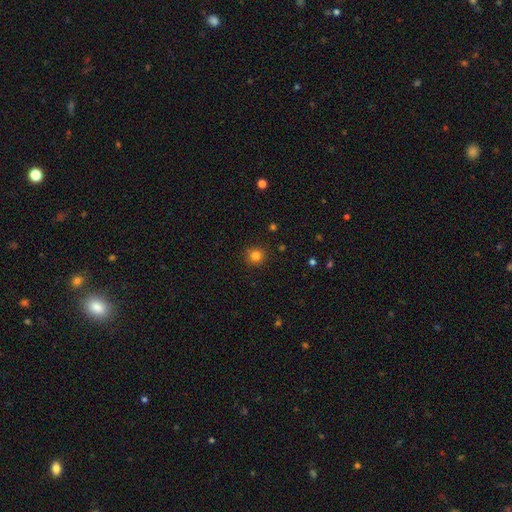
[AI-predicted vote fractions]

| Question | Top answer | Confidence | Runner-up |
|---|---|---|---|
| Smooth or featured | smooth | 82% | star or artifact (13%) |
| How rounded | round | 92% | in between (7%) |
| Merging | none | 91% | minor disturbance (6%) |